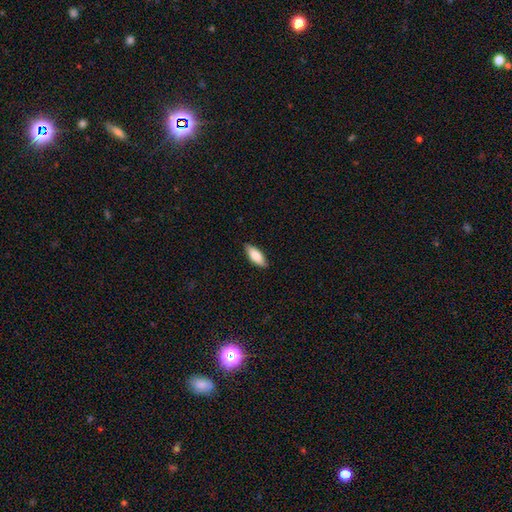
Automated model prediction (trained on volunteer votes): This is clearly a smooth galaxy (83%). How rounded: likely in between (75%). Merging: clearly none (85%).